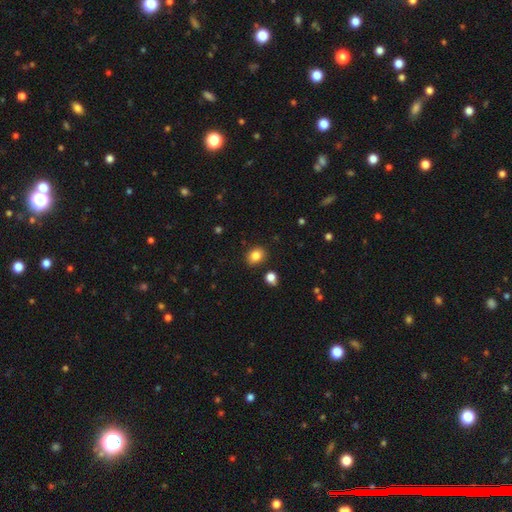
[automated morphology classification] Smooth or featured? smooth (84%)
How rounded? in between (54%)
Merging? none (85%)